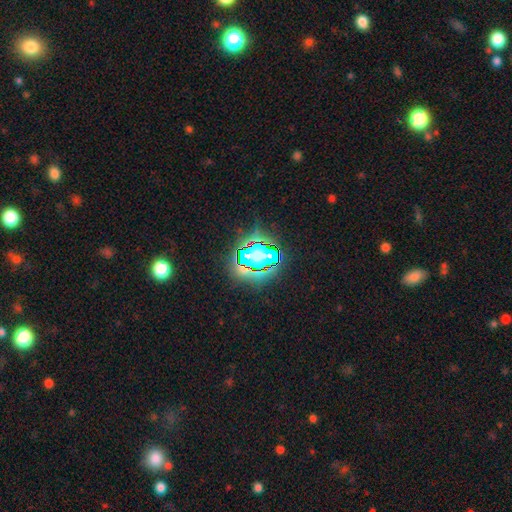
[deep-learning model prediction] A star or artifact, not a galaxy (64%).